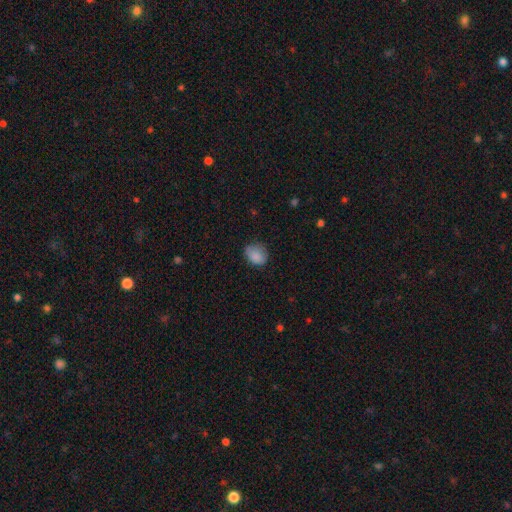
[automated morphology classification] Smooth or featured?
  - smooth: 84% *
  - star or artifact: 8%
  - featured or disk: 8%
How rounded?
  - round: 52% *
  - in between: 47%
  - cigar-shaped: 1%
Merging?
  - none: 64% *
  - minor disturbance: 27%
  - major disturbance: 7%
  - merger: 1%